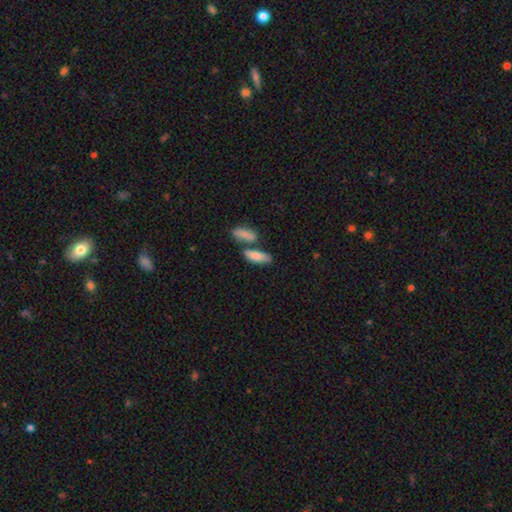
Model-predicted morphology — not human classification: A smooth galaxy with no disk features (80%) that is in between round and cigar-shaped (71%).

Vote fractions:
- Smooth or featured? smooth: 80% / featured or disk: 13% / star or artifact: 7%
- How rounded? in between: 71% / cigar-shaped: 26% / round: 3%
- Merging? none: 46% / merger: 37% / minor disturbance: 12% / major disturbance: 4%